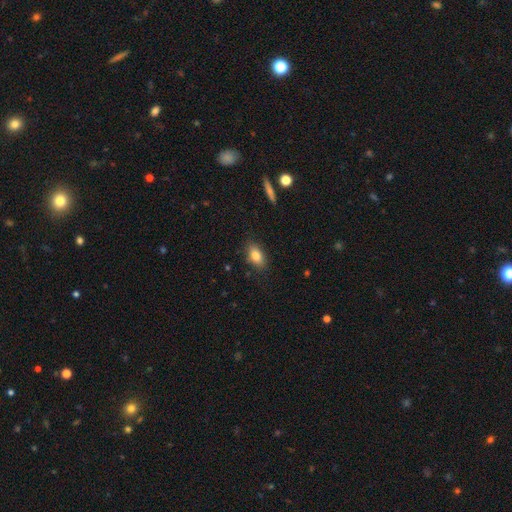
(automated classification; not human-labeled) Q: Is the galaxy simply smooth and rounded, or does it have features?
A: smooth — 83%.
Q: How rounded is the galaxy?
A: in between — 88%.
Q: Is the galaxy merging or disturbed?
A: none — 84%.